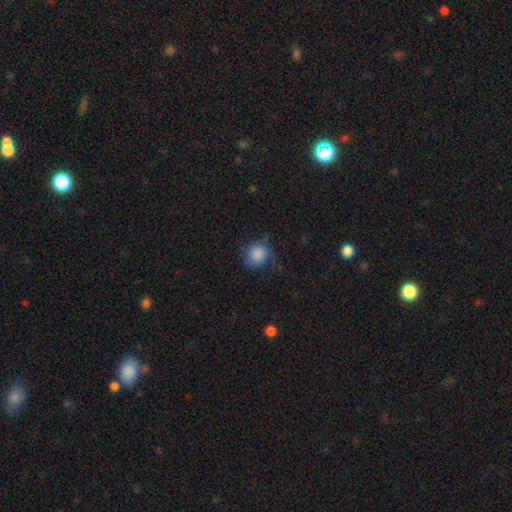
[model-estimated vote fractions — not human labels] Smooth or featured: smooth — 80% (featured or disk — 11%)
How rounded: round — 84% (in between — 15%)
Merging: none — 60% (minor disturbance — 27%)